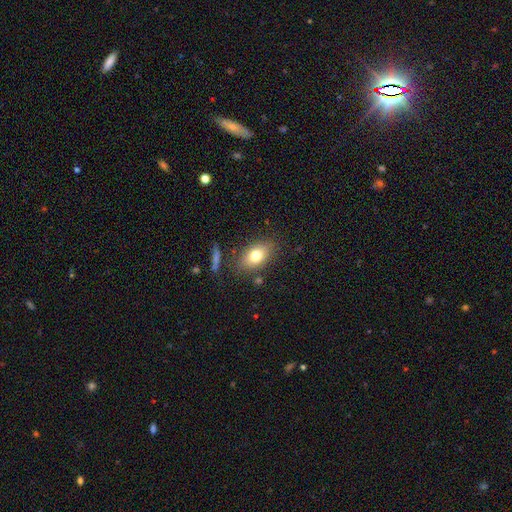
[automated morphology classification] Smooth or featured: smooth — 76% (featured or disk — 15%)
How rounded: in between — 82% (round — 15%)
Merging: none — 79% (minor disturbance — 13%)